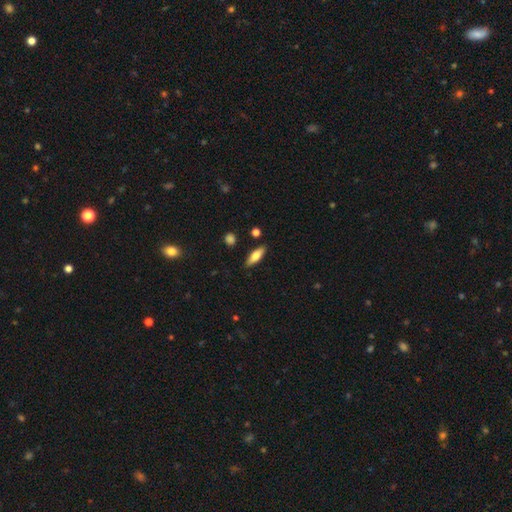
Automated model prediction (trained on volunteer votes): smooth_or_featured: smooth (p=0.69) [alt: featured or disk p=0.24]
how_rounded: in between (p=0.55) [alt: cigar-shaped p=0.43]
merging: none (p=0.86) [alt: minor disturbance p=0.10]